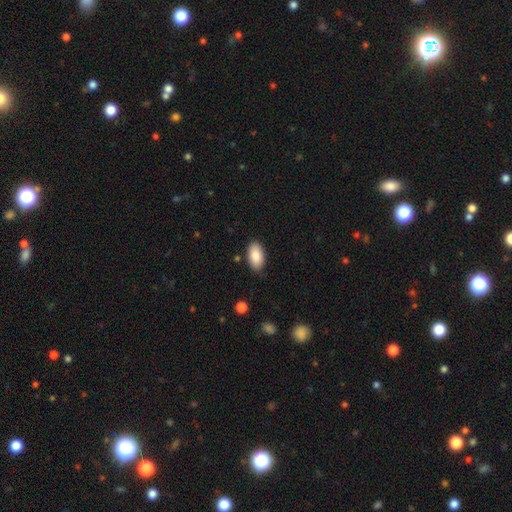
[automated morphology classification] A smooth galaxy with no disk features (86%) that is in between round and cigar-shaped (95%).

Vote fractions:
- Smooth or featured? smooth: 86% / featured or disk: 7% / star or artifact: 7%
- How rounded? in between: 95% / round: 3% / cigar-shaped: 2%
- Merging? none: 84% / minor disturbance: 12% / major disturbance: 2% / merger: 2%